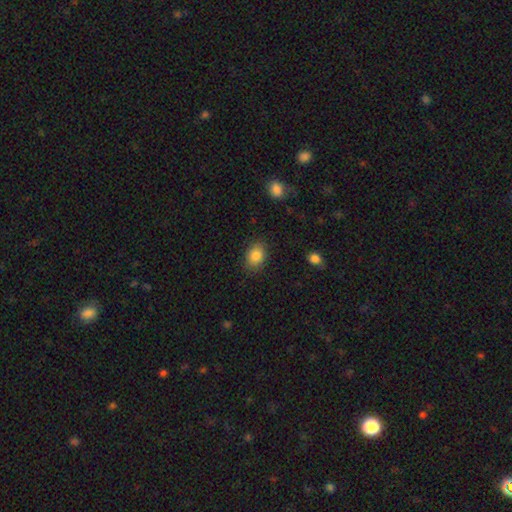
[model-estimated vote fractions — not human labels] A smooth galaxy with no disk features (84%) that is in between round and cigar-shaped (70%).

Vote fractions:
- Smooth or featured? smooth: 84% / star or artifact: 9% / featured or disk: 7%
- How rounded? in between: 70% / round: 29% / cigar-shaped: 1%
- Merging? none: 84% / minor disturbance: 12% / major disturbance: 3% / merger: 1%